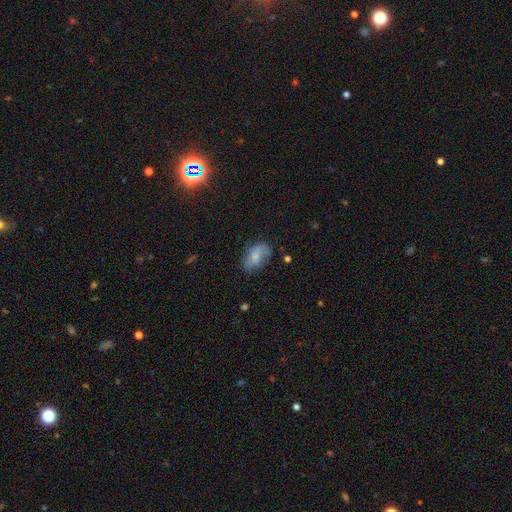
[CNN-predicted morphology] Q: Smooth or featured?
A: smooth (60%); runner-up: featured or disk (31%)
Q: How rounded?
A: in between (87%); runner-up: round (11%)
Q: Merging?
A: none (62%); runner-up: minor disturbance (26%)